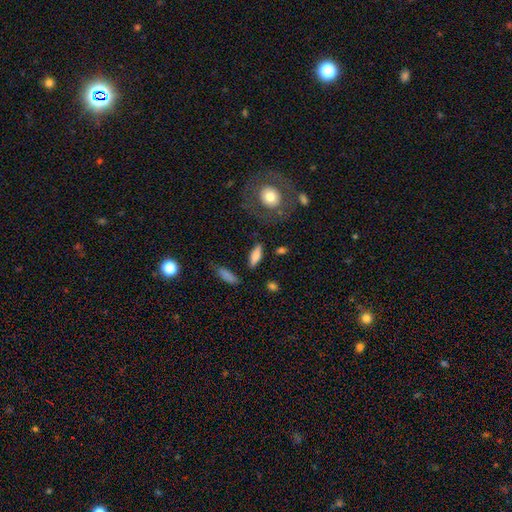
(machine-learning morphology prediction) Smooth or featured?
  - smooth: 73% *
  - featured or disk: 20%
  - star or artifact: 7%
How rounded?
  - in between: 49% *
  - cigar-shaped: 47%
  - round: 4%
Merging?
  - none: 79% *
  - minor disturbance: 12%
  - major disturbance: 5%
  - merger: 4%